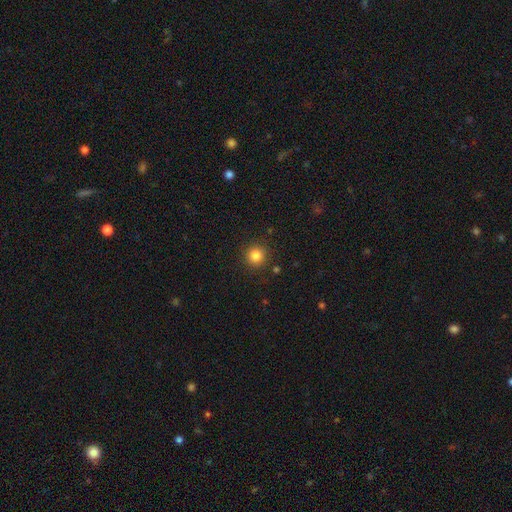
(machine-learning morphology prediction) Smooth or featured?
  - smooth: 84% *
  - star or artifact: 12%
  - featured or disk: 4%
How rounded?
  - round: 94% *
  - in between: 5%
  - cigar-shaped: 1%
Merging?
  - none: 90% *
  - minor disturbance: 6%
  - major disturbance: 2%
  - merger: 1%